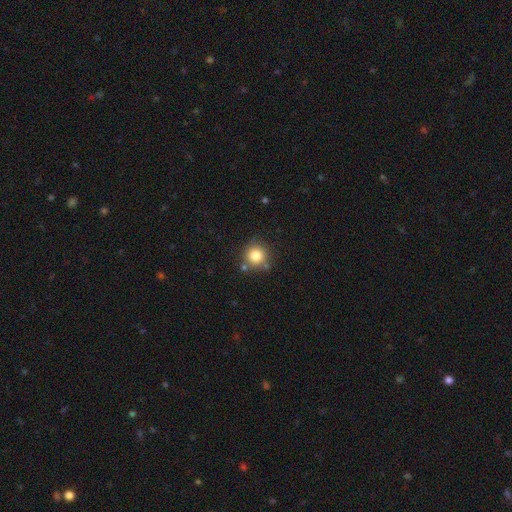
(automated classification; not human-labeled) Q: Smooth or featured?
A: smooth (81%); runner-up: star or artifact (11%)
Q: How rounded?
A: round (93%); runner-up: in between (7%)
Q: Merging?
A: none (77%); runner-up: minor disturbance (12%)